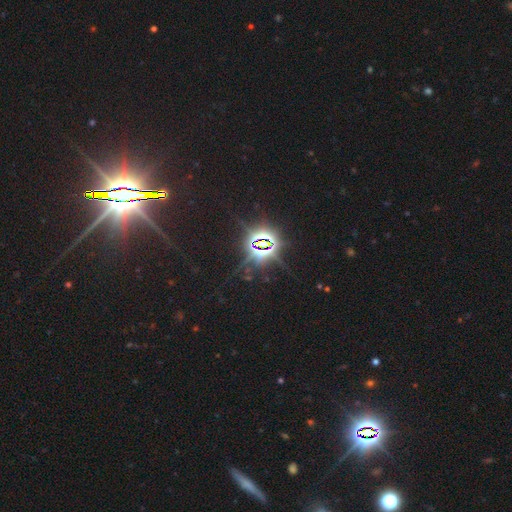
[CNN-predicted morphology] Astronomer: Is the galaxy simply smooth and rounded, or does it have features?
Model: star or artifact — 83%.